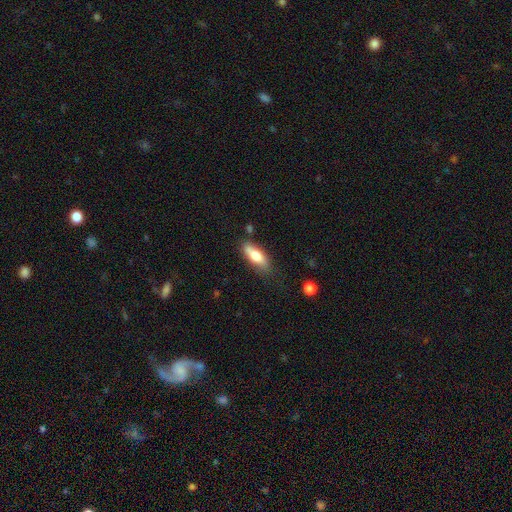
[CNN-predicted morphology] This appears to be a smooth galaxy with no disk features (72%) that is in between round and cigar-shaped (71%). Merging: none (70%).